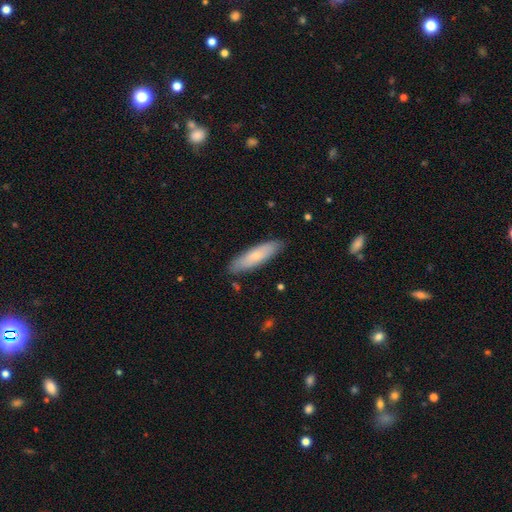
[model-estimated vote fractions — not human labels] The model was most divided on "how rounded": cigar-shaped: 65%, in between: 34%, round: 2%. More confident: merging — none (85%); smooth or featured — smooth (66%).